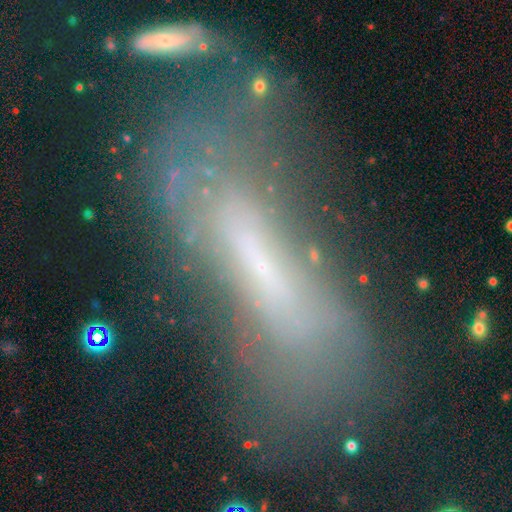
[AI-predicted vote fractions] smooth-or-featured: featured or disk: 53% | smooth: 35% | star or artifact: 12%
  disk-edge-on: no: 58% | yes: 42%
  merging: none: 48% | minor disturbance: 23% | major disturbance: 22% | merger: 8%